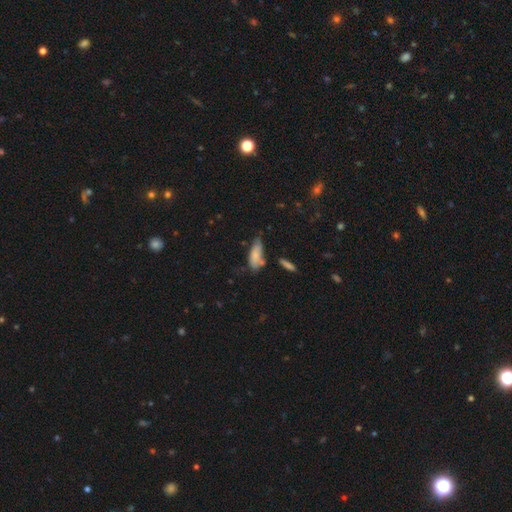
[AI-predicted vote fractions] Smooth or featured? smooth (77%)
How rounded? in between (69%)
Merging? none (46%)